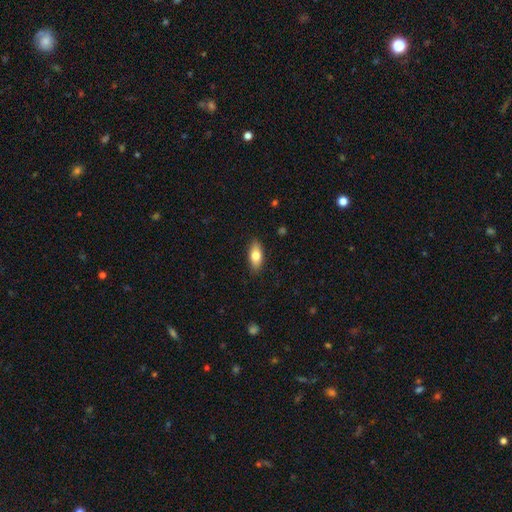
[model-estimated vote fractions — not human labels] Smooth or featured: smooth — 77% (featured or disk — 16%)
How rounded: in between — 83% (cigar-shaped — 14%)
Merging: none — 87% (minor disturbance — 10%)